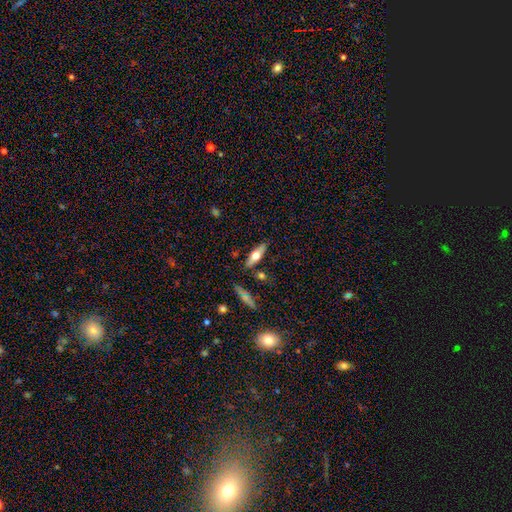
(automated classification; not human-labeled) This appears to be a smooth galaxy with no disk features (49%). Merging: none (82%).